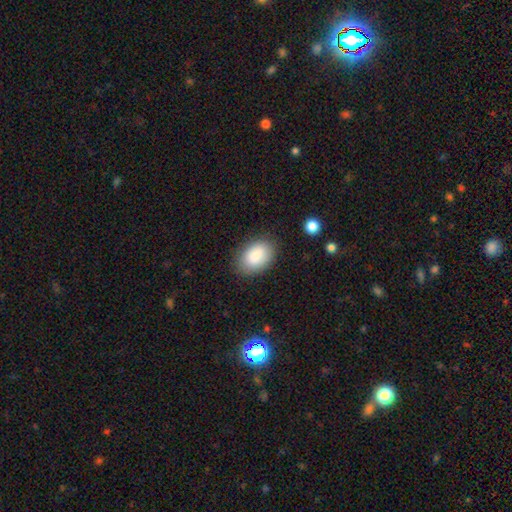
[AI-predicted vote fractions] Q: Smooth or featured?
A: smooth (86%); runner-up: featured or disk (7%)
Q: How rounded?
A: in between (88%); runner-up: round (11%)
Q: Merging?
A: none (81%); runner-up: minor disturbance (13%)